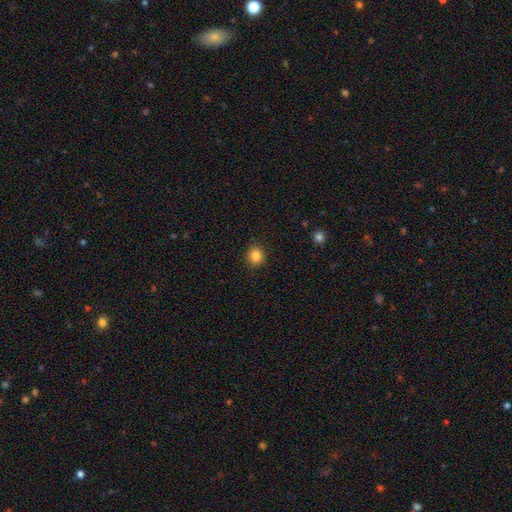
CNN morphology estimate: A smooth galaxy with no disk features (85%) that is round (88%).

Vote fractions:
- Smooth or featured? smooth: 85% / star or artifact: 11% / featured or disk: 5%
- How rounded? round: 88% / in between: 11% / cigar-shaped: 1%
- Merging? none: 91% / minor disturbance: 6% / major disturbance: 2% / merger: 1%